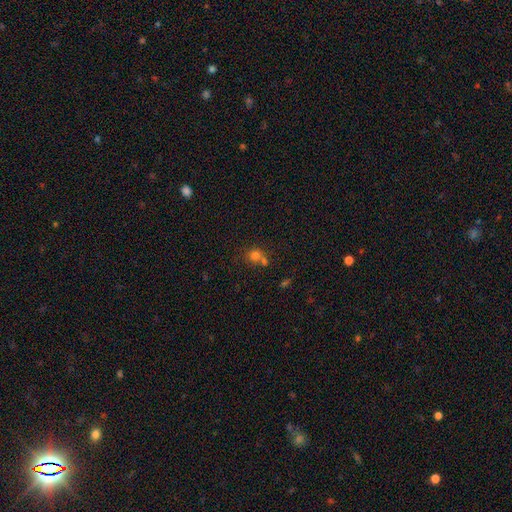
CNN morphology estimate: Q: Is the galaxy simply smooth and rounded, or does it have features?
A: smooth — 71%.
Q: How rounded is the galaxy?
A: round — 85%.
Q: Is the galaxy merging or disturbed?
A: none — 52%.